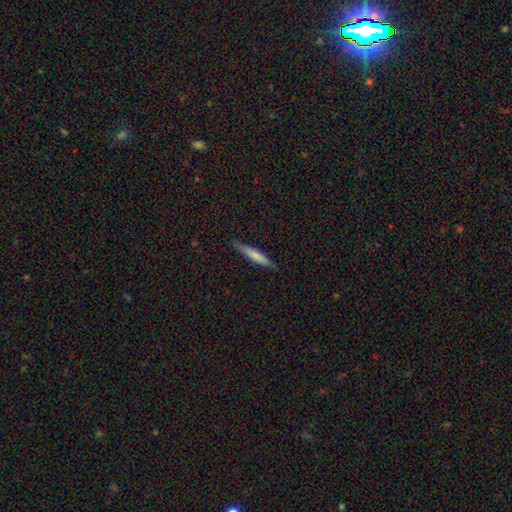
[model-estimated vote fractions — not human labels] Smooth or featured: smooth — 67% (featured or disk — 28%)
How rounded: cigar-shaped — 93% (in between — 6%)
Merging: none — 87% (minor disturbance — 10%)